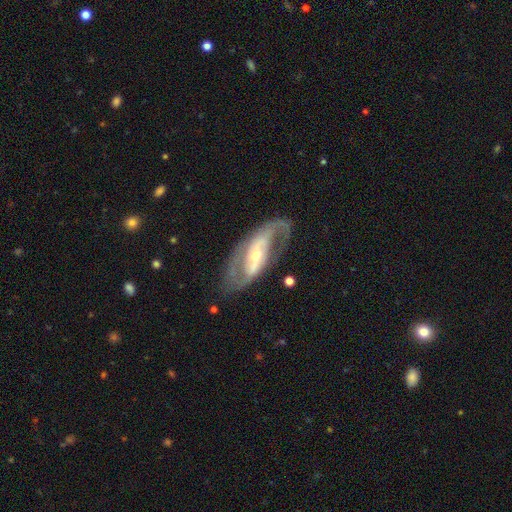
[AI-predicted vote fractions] Morphology: type=featured or disk (86%); edge-on=no (93%); bar=strong (47%); spiral arms=yes (89%); winding=medium (47%); arm count=2 (84%); bulge=small (51%); merging=none (70%).